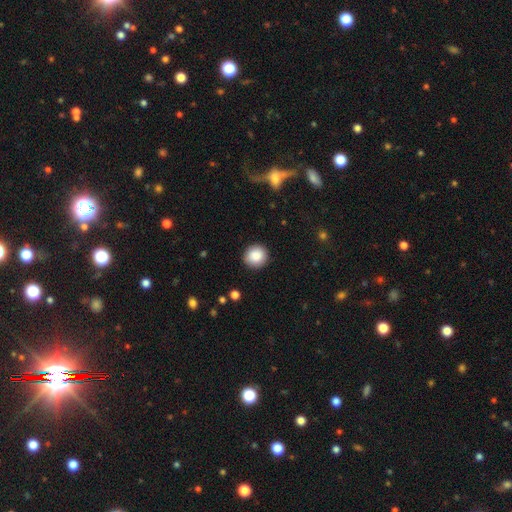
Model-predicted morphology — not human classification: This is clearly a smooth galaxy (88%). How rounded: clearly round (91%). Merging: clearly none (90%).